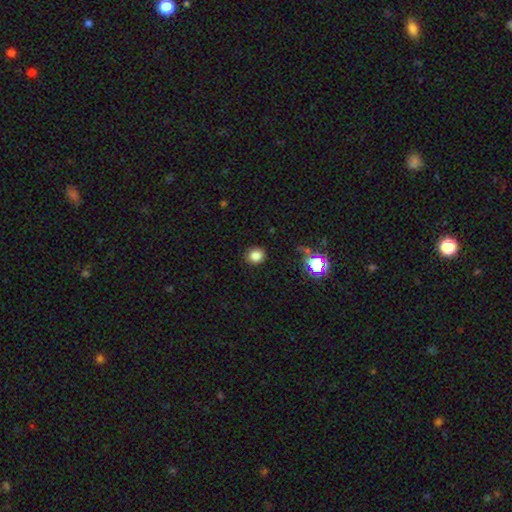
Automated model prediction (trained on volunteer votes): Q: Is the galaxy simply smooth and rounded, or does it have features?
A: smooth — 81%.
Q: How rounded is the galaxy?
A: round — 74%.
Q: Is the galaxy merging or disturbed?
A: none — 89%.